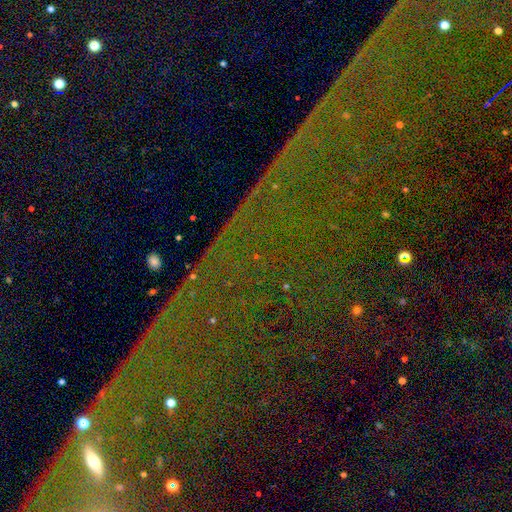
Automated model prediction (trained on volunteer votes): smooth-or-featured: star or artifact: 81% | featured or disk: 10% | smooth: 8%